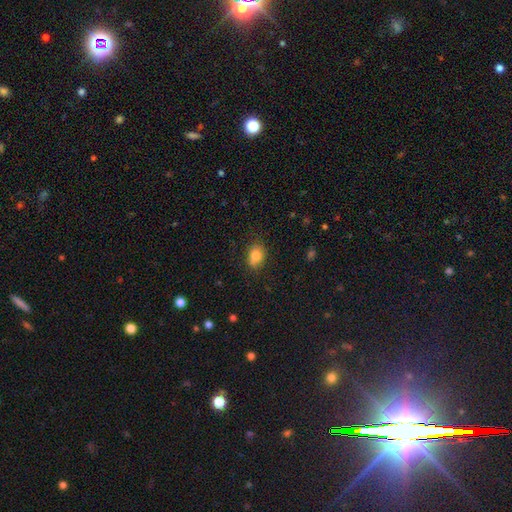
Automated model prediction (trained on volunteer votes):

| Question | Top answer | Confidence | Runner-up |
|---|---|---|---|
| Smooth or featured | smooth | 80% | featured or disk (10%) |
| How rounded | in between | 66% | round (33%) |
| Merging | none | 73% | minor disturbance (19%) |